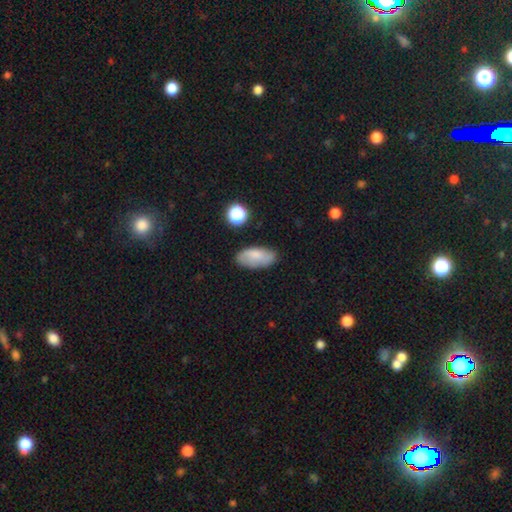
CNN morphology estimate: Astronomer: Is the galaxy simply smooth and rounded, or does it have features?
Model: smooth — 75%.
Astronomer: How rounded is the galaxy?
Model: in between — 92%.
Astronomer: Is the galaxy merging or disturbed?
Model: none — 76%.